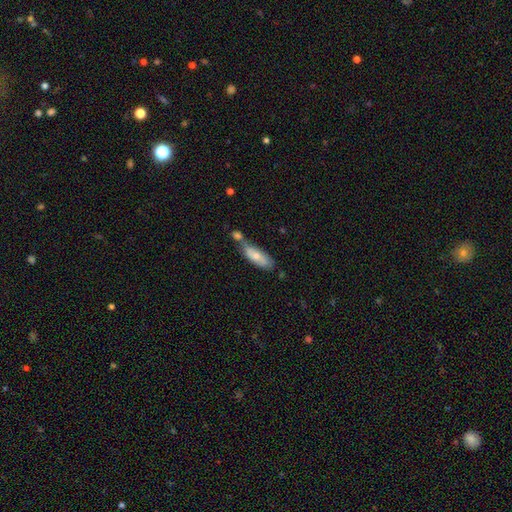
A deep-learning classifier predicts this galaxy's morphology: The model was most divided on "merging": merger: 44%, none: 31%, minor disturbance: 18%, major disturbance: 7%. More confident: smooth or featured — smooth (68%); how rounded — in between (64%).